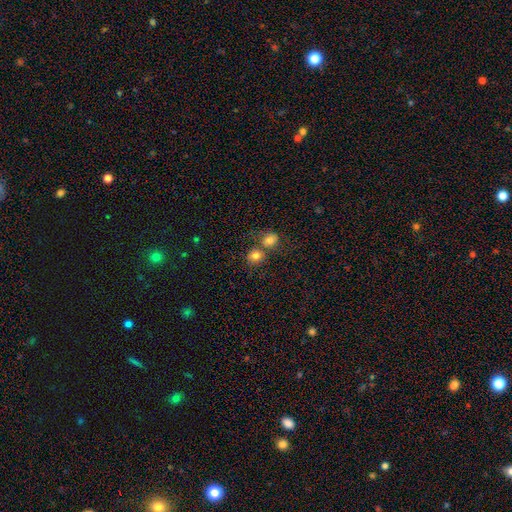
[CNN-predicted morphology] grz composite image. It shows a smooth galaxy with no disk features (80%) that is round (75%). Merging: none (47%).